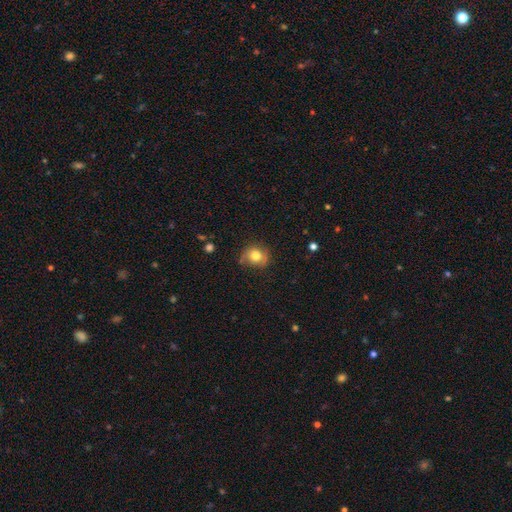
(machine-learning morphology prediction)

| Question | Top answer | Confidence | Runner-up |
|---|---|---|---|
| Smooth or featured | smooth | 71% | featured or disk (19%) |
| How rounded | round | 73% | in between (26%) |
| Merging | none | 67% | minor disturbance (25%) |